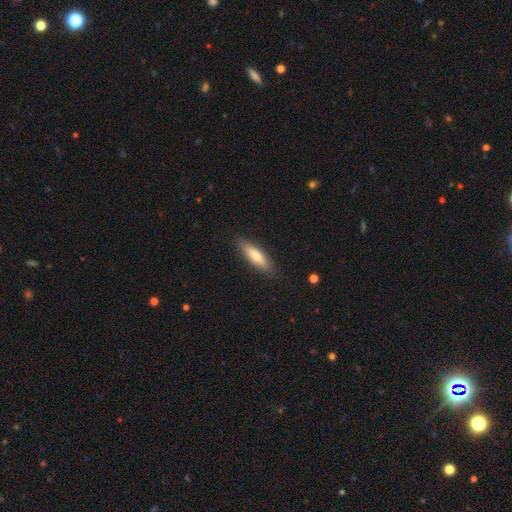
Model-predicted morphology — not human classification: This appears to be a smooth galaxy with no disk features (72%) that is cigar-shaped (63%). Merging: none (87%).